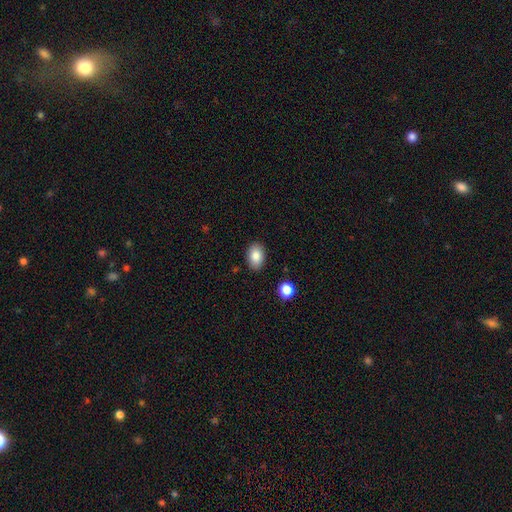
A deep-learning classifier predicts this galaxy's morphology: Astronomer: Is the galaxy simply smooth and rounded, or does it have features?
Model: smooth — 86%.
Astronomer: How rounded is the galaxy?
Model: in between — 85%.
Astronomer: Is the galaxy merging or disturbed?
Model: none — 87%.